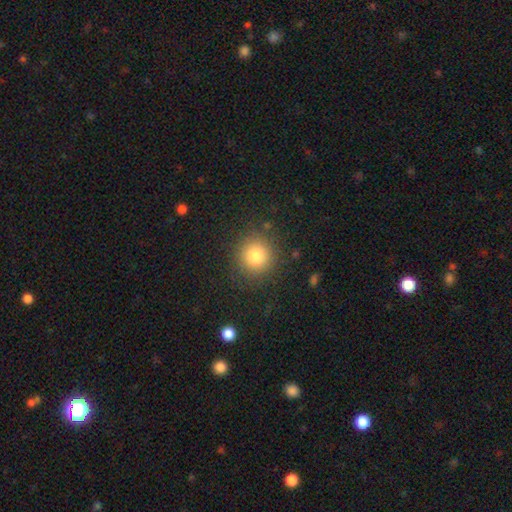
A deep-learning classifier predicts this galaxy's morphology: Smooth or featured? Predicted: smooth (p=0.80). How rounded? Predicted: round (p=0.93). Merging? Predicted: none (p=0.87).